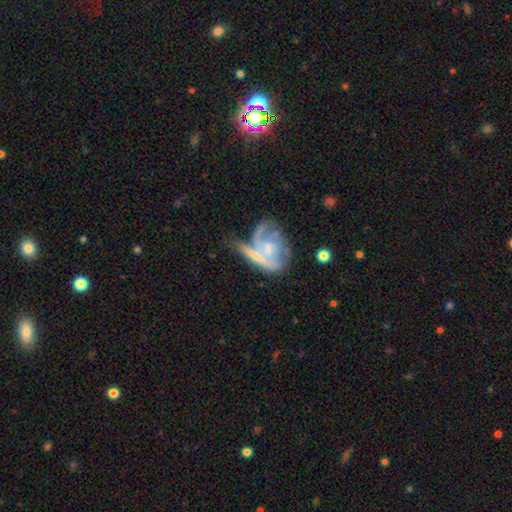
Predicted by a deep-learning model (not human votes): Q: Smooth or featured?
A: featured or disk (65%); runner-up: smooth (29%)
Q: Edge-on disk?
A: no (90%); runner-up: yes (10%)
Q: Bar?
A: no (65%); runner-up: weak (27%)
Q: Spiral arms?
A: yes (71%); runner-up: no (29%)
Q: Bulge size?
A: small (48%); runner-up: moderate (32%)
Q: Merging?
A: merger (35%); runner-up: none (33%)